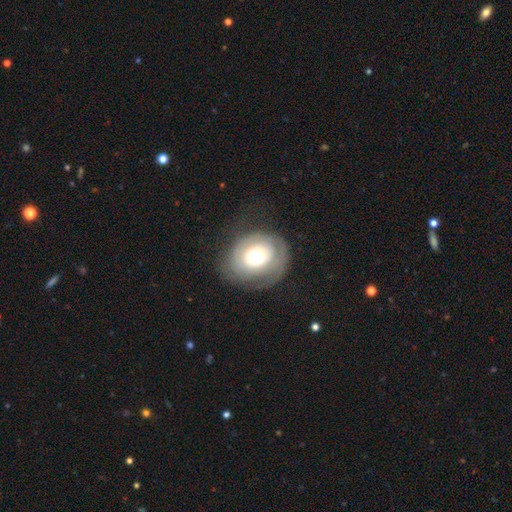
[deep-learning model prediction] This appears to be a smooth galaxy with no disk features (51%) that is round (58%). Merging: none (59%).